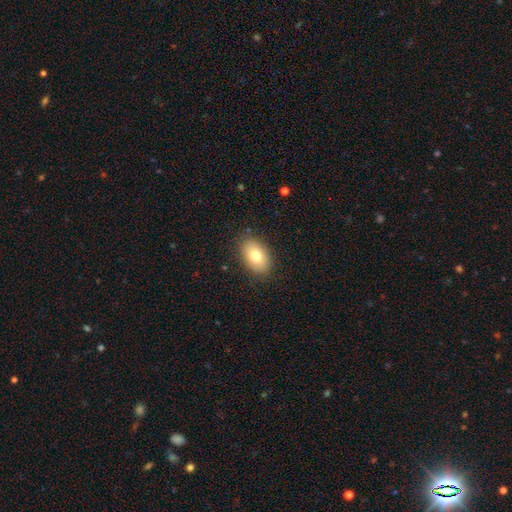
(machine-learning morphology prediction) Smooth or featured? Predicted: smooth (p=0.79). How rounded? Predicted: in between (p=0.90). Merging? Predicted: none (p=0.84).